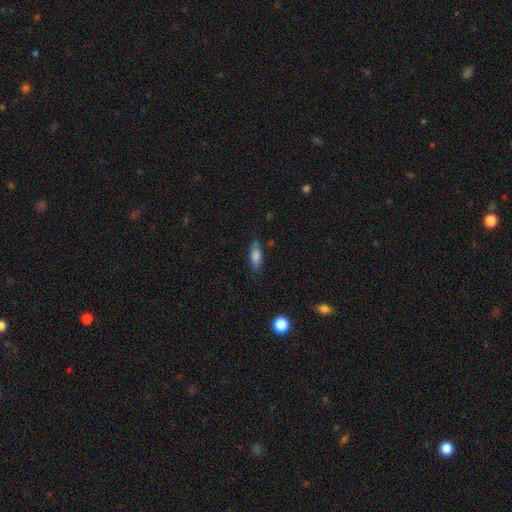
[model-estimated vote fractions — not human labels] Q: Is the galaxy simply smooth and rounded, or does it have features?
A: smooth — 79%.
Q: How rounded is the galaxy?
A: in between — 60%.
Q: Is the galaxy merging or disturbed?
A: none — 80%.